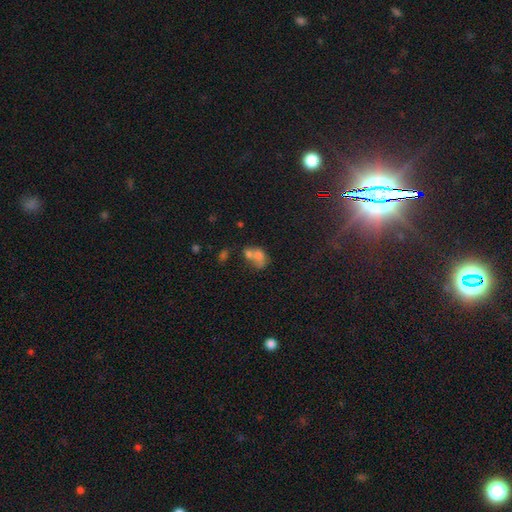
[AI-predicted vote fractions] This is likely a smooth galaxy (63%). How rounded: likely in between (68%). Merging: likely merger (60%).